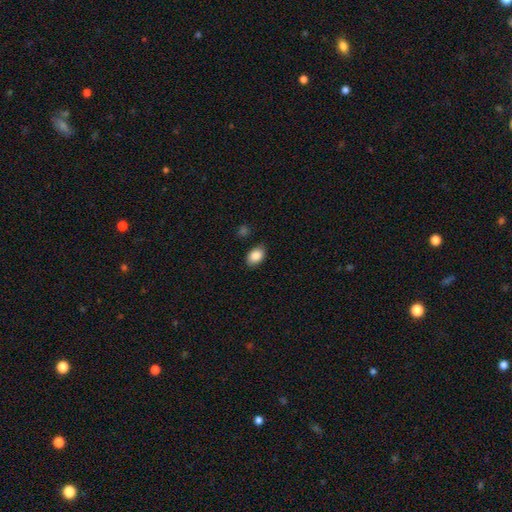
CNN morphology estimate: Smooth or featured?
  - smooth: 87% *
  - star or artifact: 7%
  - featured or disk: 5%
How rounded?
  - in between: 86% *
  - round: 12%
  - cigar-shaped: 1%
Merging?
  - none: 84% *
  - minor disturbance: 11%
  - major disturbance: 3%
  - merger: 2%